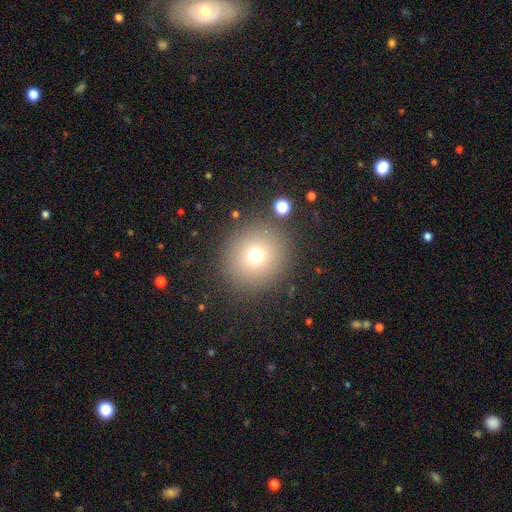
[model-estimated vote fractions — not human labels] Smooth or featured? Predicted: smooth (p=0.71). How rounded? Predicted: round (p=0.91). Merging? Predicted: none (p=0.89).